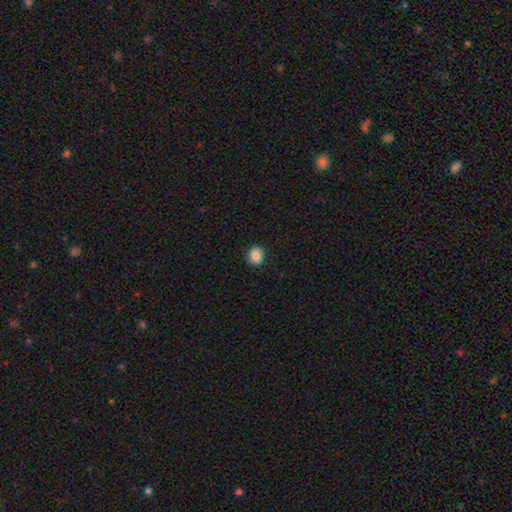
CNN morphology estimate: Smooth or featured? smooth (85%)
How rounded? round (68%)
Merging? none (90%)